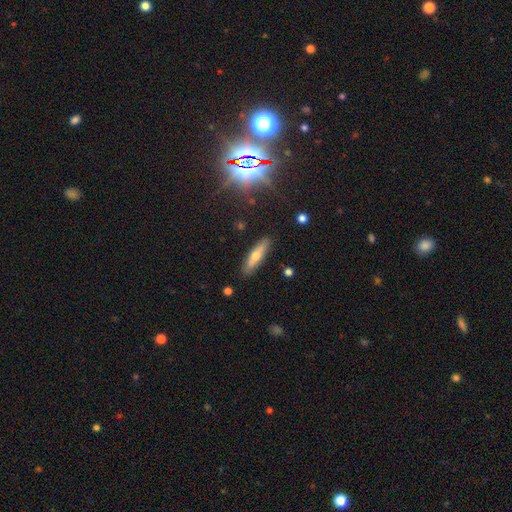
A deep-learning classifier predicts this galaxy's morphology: Smooth or featured? smooth (52%)
How rounded? cigar-shaped (73%)
Merging? none (87%)